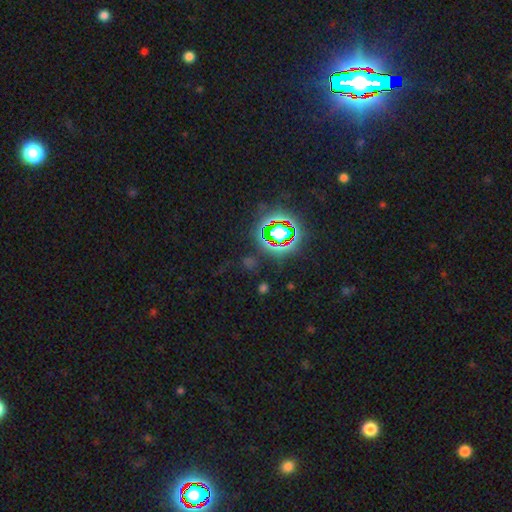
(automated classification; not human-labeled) smooth_or_featured: star or artifact (p=0.78) [alt: smooth p=0.13]